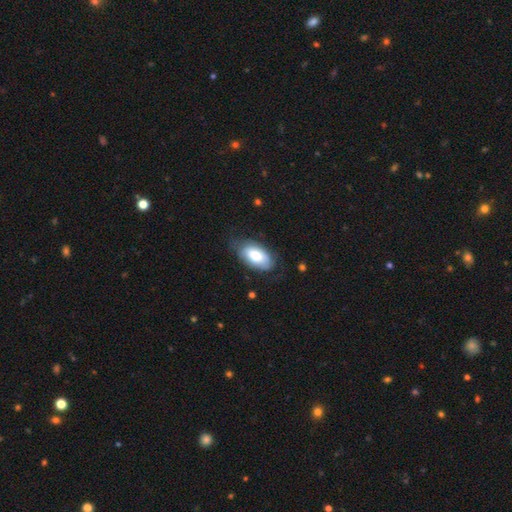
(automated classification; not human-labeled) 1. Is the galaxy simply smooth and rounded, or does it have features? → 74% smooth, 20% featured or disk, 6% star or artifact.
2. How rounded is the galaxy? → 94% in between, 3% round, 2% cigar-shaped.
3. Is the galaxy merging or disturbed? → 64% none, 26% minor disturbance, 9% major disturbance, 1% merger.